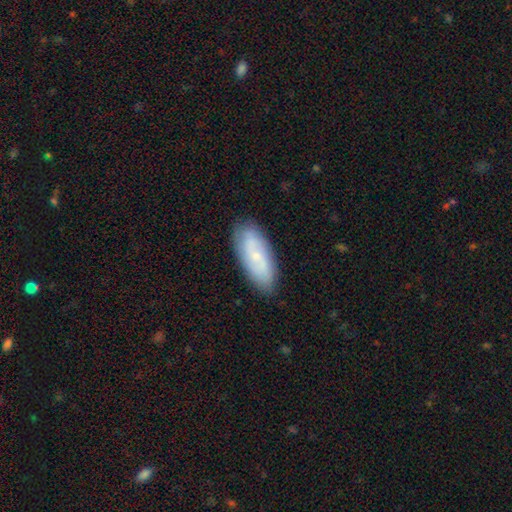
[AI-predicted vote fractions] This is possibly a smooth galaxy (47%). Merging: clearly none (83%).